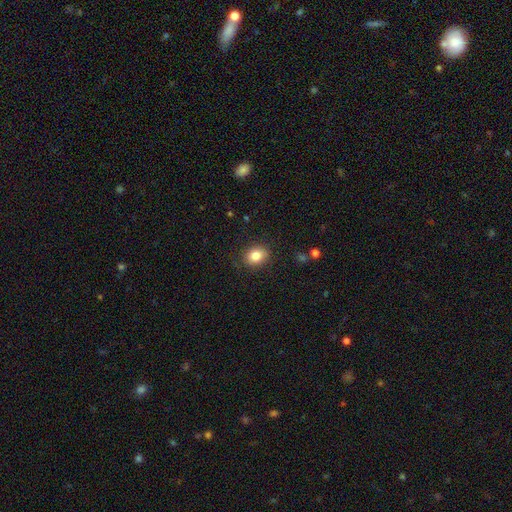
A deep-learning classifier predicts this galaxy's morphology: smooth-or-featured: smooth: 84% | star or artifact: 9% | featured or disk: 7%
  how-rounded: round: 52% | in between: 47% | cigar-shaped: 1%
  merging: none: 84% | minor disturbance: 12% | major disturbance: 3% | merger: 1%